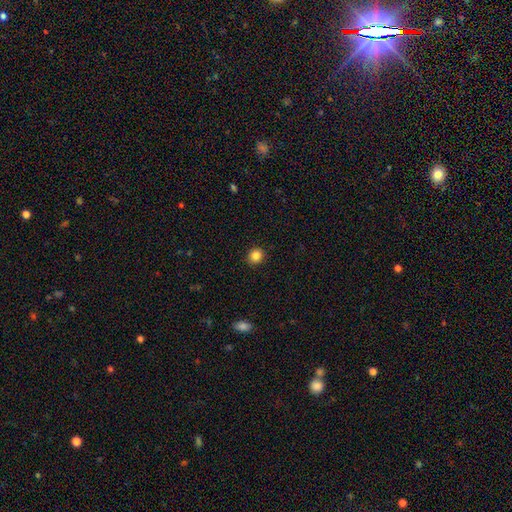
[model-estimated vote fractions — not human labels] Morphology: type=smooth (85%); roundness=round (85%); merging=none (90%).